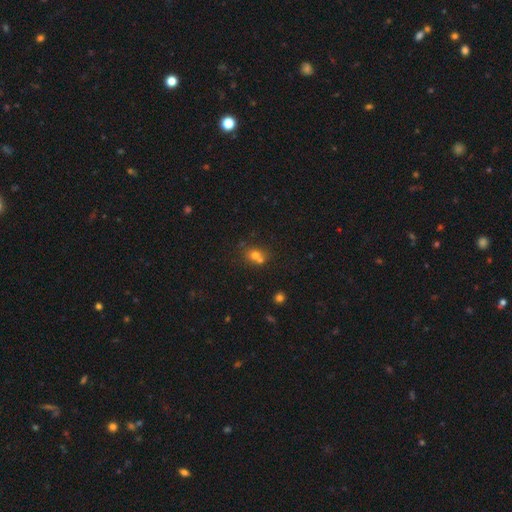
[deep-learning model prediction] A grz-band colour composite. It shows a smooth galaxy with no disk features (69%) that is round (68%). Merging: merger (46%).